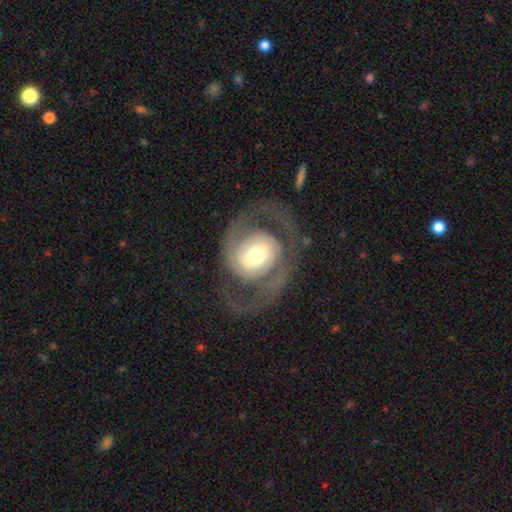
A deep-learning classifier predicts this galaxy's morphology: featured or disk 78%, smooth 17%, star or artifact 5%. Down the decision tree: edge-on disk — no (96%); bar — no (58%); spiral arms — yes (80%); spiral arm count — 2 (82%); spiral winding — medium (45%); bulge size — moderate (58%); merging — none (67%).